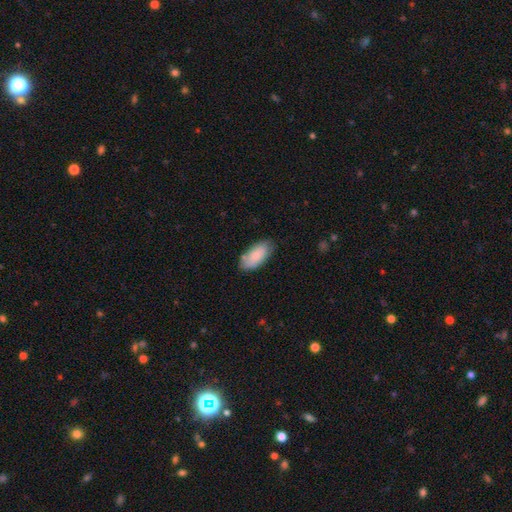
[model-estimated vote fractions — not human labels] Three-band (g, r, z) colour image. It shows a smooth galaxy with no disk features (83%) that is in between round and cigar-shaped (92%). Merging: none (74%).